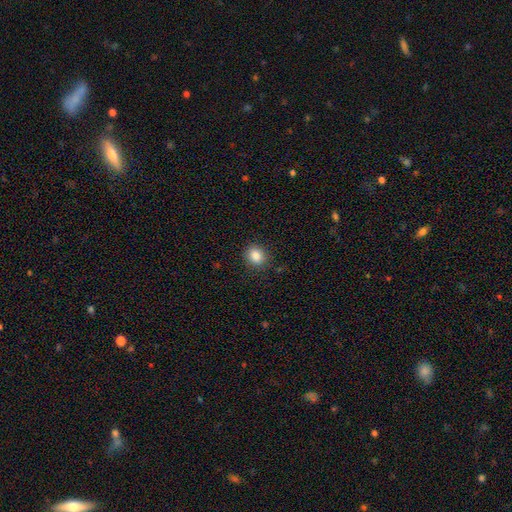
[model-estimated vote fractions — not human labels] The model was most divided on "how rounded": round: 70%, in between: 29%, cigar-shaped: 1%. More confident: merging — none (88%); smooth or featured — smooth (85%).